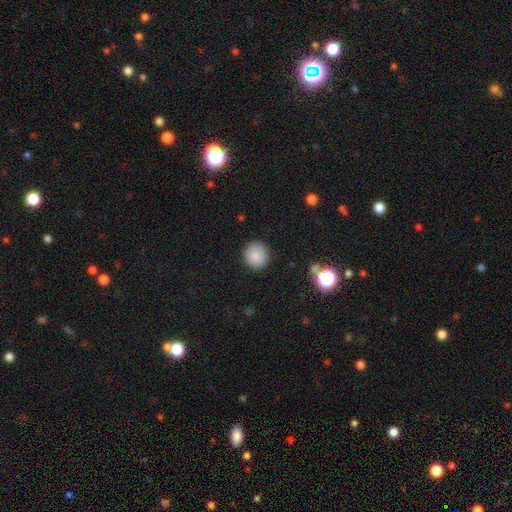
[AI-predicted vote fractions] Smooth or featured: smooth — 86% (star or artifact — 9%)
How rounded: round — 92% (in between — 7%)
Merging: none — 89% (minor disturbance — 7%)